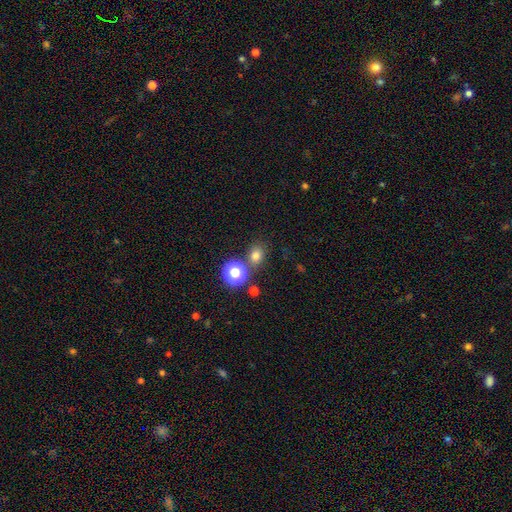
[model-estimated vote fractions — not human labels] Smooth or featured?
  - smooth: 73% *
  - star or artifact: 20%
  - featured or disk: 7%
How rounded?
  - round: 65% *
  - in between: 34%
  - cigar-shaped: 1%
Merging?
  - none: 77% *
  - merger: 10%
  - minor disturbance: 10%
  - major disturbance: 4%